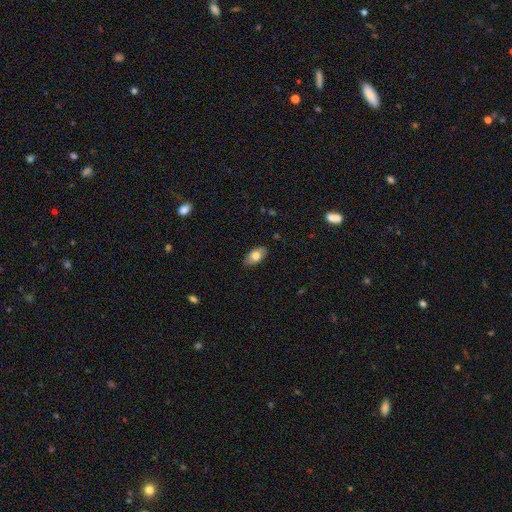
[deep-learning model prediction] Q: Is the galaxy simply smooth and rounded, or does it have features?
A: smooth — 77%.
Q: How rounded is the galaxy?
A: in between — 92%.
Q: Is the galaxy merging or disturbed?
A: none — 85%.